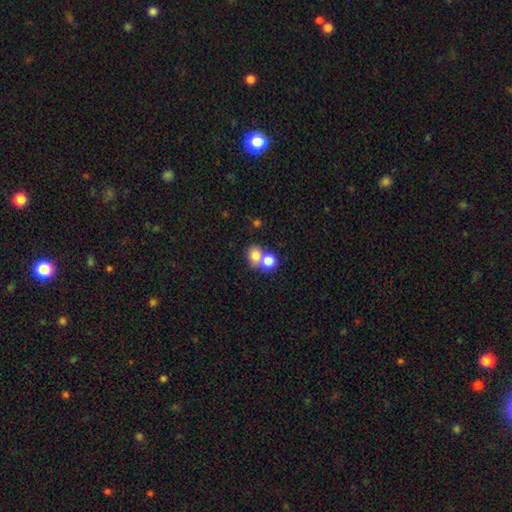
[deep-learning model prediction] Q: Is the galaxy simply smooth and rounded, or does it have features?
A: smooth — 78%.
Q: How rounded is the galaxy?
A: round — 72%.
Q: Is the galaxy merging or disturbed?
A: merger — 57%.